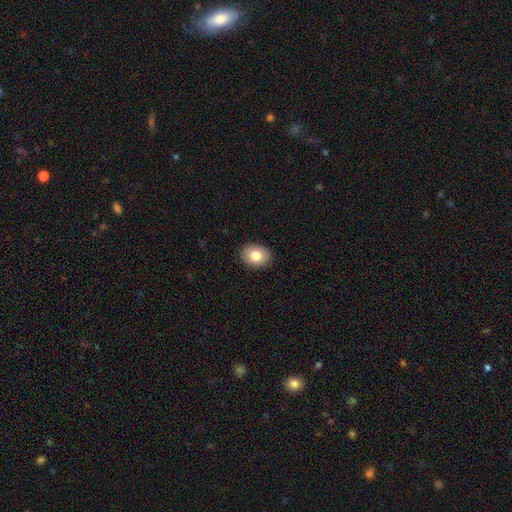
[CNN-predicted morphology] Smooth or featured? smooth (81%)
How rounded? in between (63%)
Merging? none (91%)